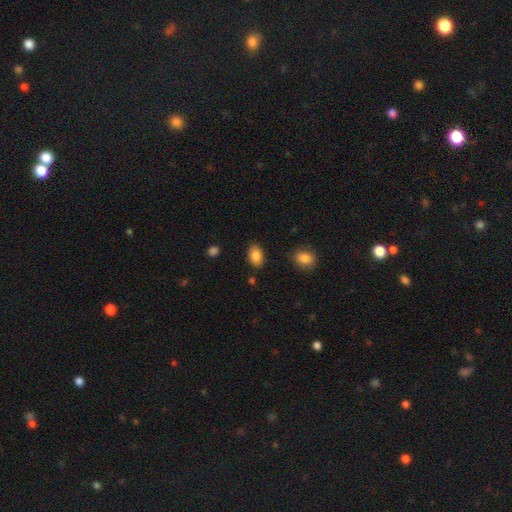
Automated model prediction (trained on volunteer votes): Morphology: type=smooth (87%); roundness=in between (88%); merging=none (84%).